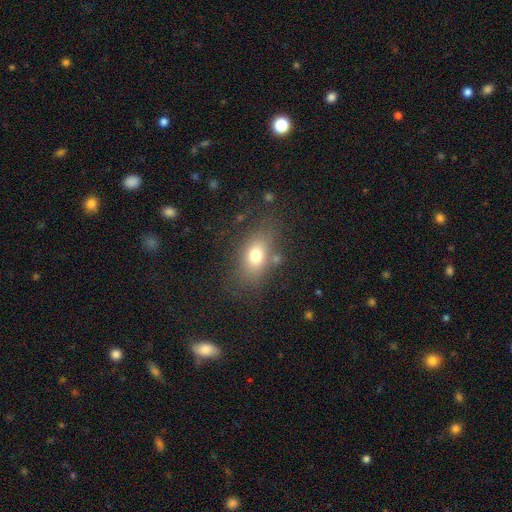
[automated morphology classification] This appears to be a smooth galaxy with no disk features (72%) that is in between round and cigar-shaped (78%). Merging: none (72%).